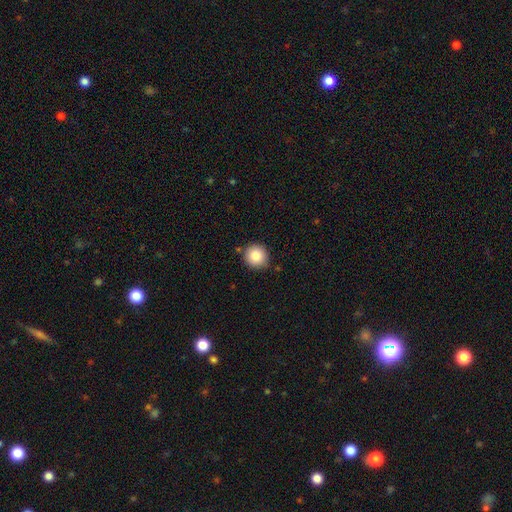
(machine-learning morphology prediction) A smooth galaxy with no disk features (84%) that is round (92%). Merging: none (84%).